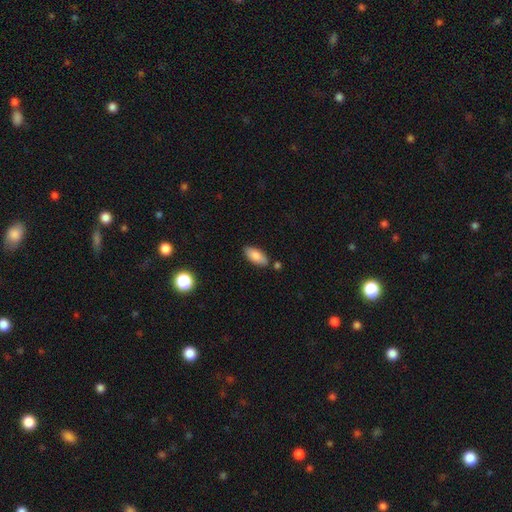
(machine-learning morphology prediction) This appears to be a smooth galaxy with no disk features (84%) that is in between round and cigar-shaped (89%). Merging: none (80%).